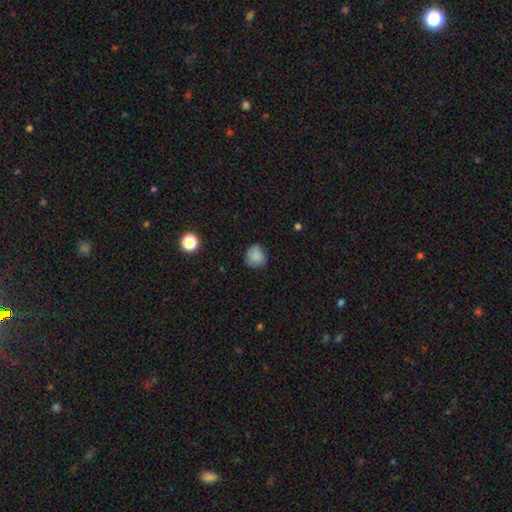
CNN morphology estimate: Overall: smooth (85%). How rounded: round (82%). Merging: none (75%).